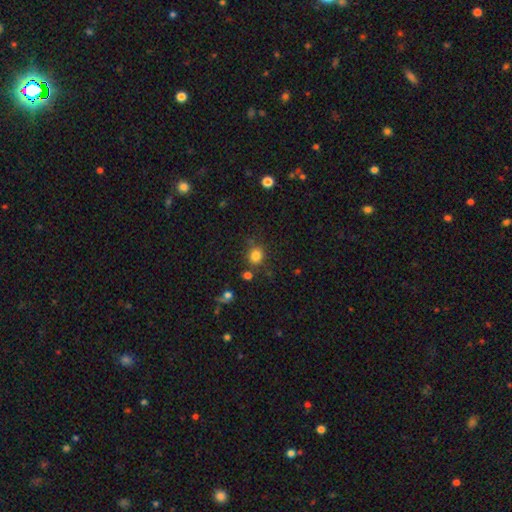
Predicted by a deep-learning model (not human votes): A smooth galaxy with no disk features (81%) that is round (78%). Merging: none (75%).